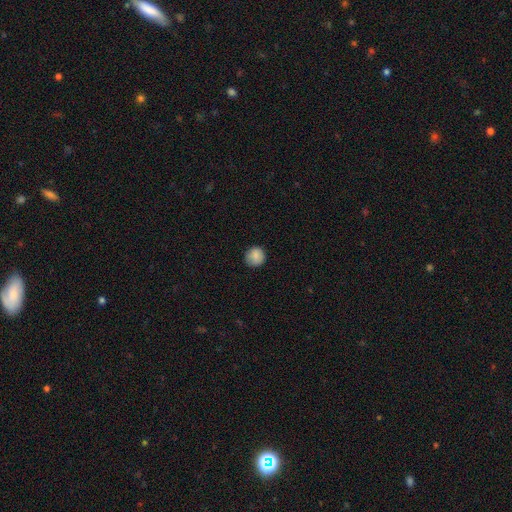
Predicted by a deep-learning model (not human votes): Morphology: type=smooth (88%); roundness=round (92%); merging=none (87%).